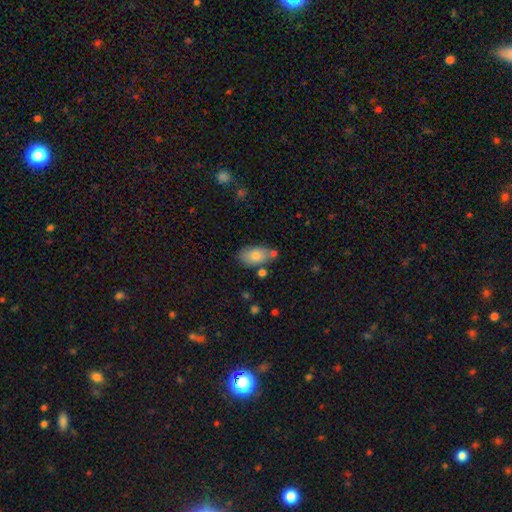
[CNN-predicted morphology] Smooth or featured? smooth (80%)
How rounded? in between (91%)
Merging? none (63%)